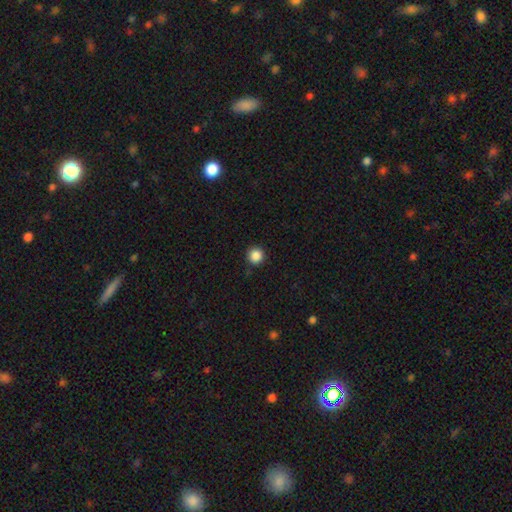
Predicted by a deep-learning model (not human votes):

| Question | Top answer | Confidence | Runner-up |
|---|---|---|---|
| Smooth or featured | smooth | 87% | star or artifact (10%) |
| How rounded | round | 96% | in between (3%) |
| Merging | none | 92% | minor disturbance (6%) |